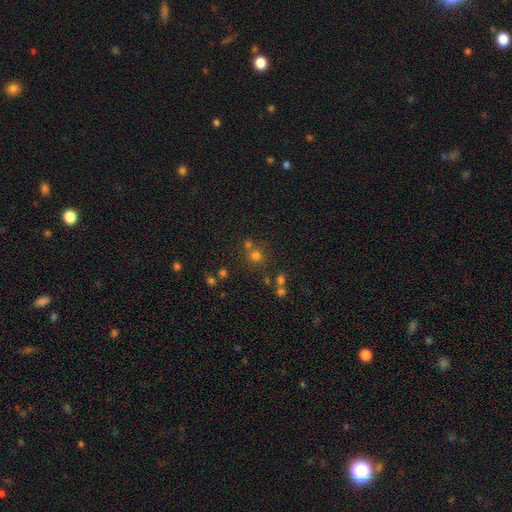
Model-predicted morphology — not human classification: smooth_or_featured: smooth (p=0.68) [alt: star or artifact p=0.23]
how_rounded: round (p=0.90) [alt: in between p=0.09]
merging: none (p=0.66) [alt: merger p=0.22]